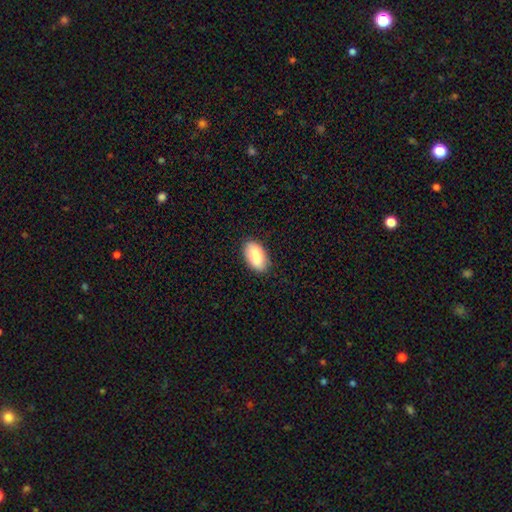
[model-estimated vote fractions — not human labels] Smooth or featured? smooth (87%)
How rounded? in between (94%)
Merging? none (86%)